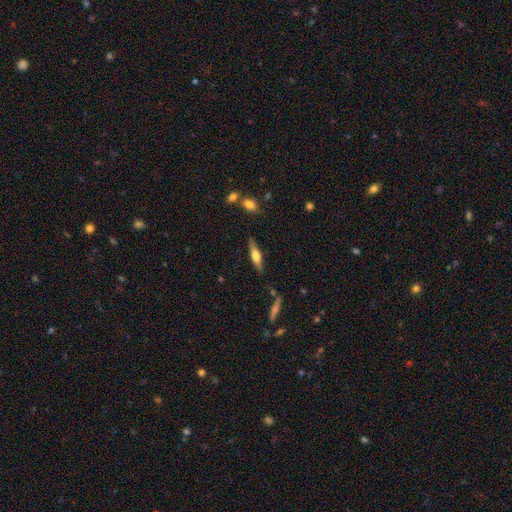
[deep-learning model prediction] Morphology: type=featured or disk (52%); edge-on=yes (93%); merging=none (82%).